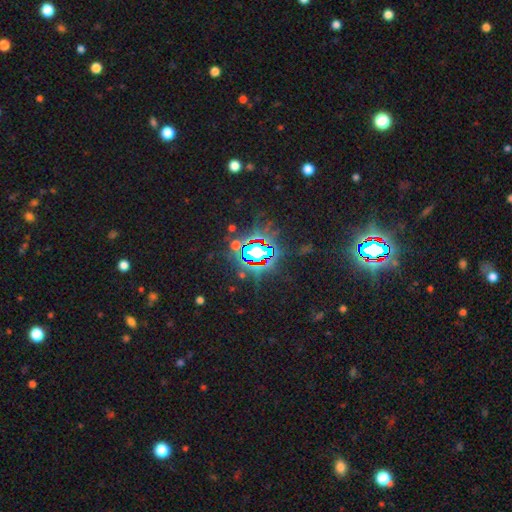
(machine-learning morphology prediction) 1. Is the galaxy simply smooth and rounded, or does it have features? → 83% star or artifact, 9% smooth, 7% featured or disk.